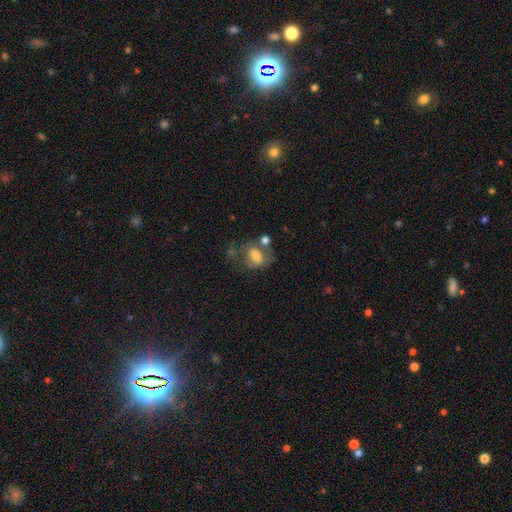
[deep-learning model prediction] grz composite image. It shows a smooth galaxy with no disk features (61%) that is in between round and cigar-shaped (70%). Merging: none (39%).